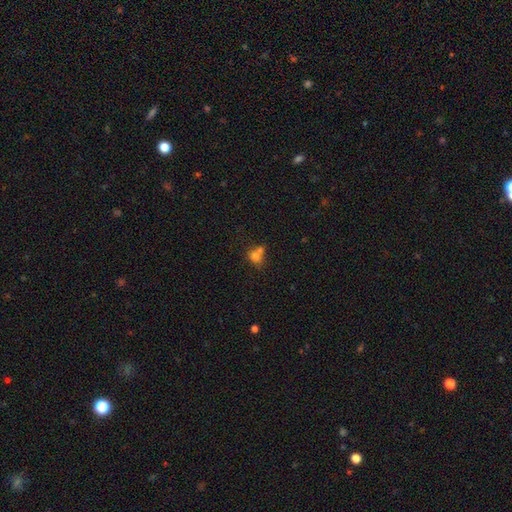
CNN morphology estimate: This is likely a smooth galaxy (74%). How rounded: likely round (69%). Merging: possibly merger (53%).